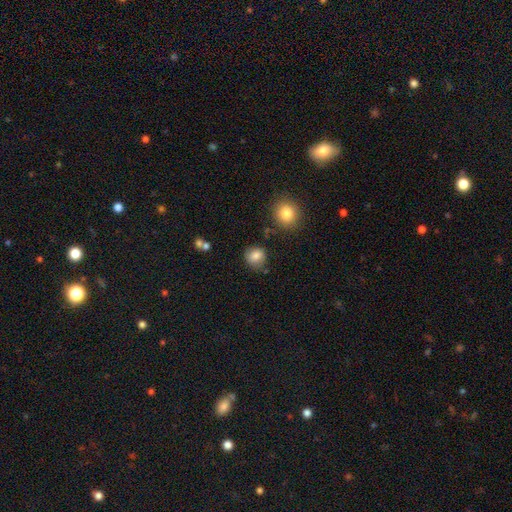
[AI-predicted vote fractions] The model was most divided on "merging": none: 79%, minor disturbance: 13%, merger: 4%, major disturbance: 4%. More confident: how rounded — round (83%); smooth or featured — smooth (82%).